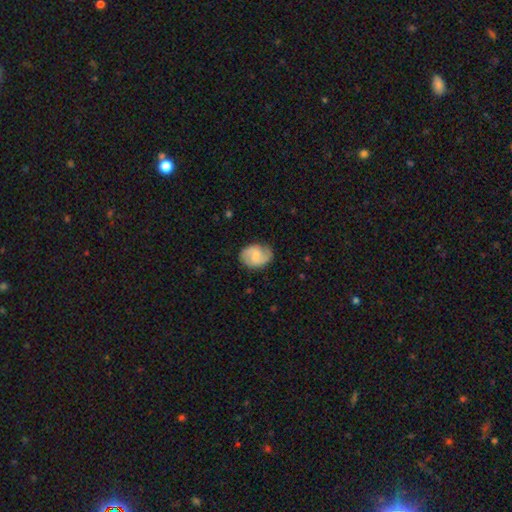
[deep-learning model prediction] Smooth or featured: featured or disk — 63% (smooth — 31%)
Edge-on disk: no — 98% (yes — 2%)
Bar: weak — 53% (no — 36%)
Spiral arms: yes — 92% (no — 8%)
Spiral winding: medium — 50% (loose — 25%)
Spiral arm count: 2 — 87% (can't tell — 7%)
Bulge size: small — 48% (moderate — 35%)
Merging: none — 76% (minor disturbance — 18%)